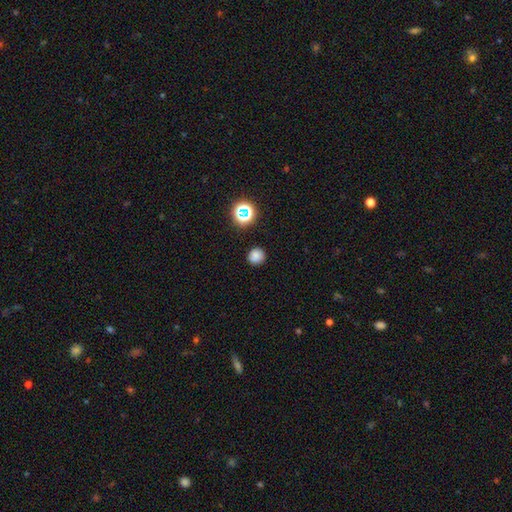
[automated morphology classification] Smooth or featured: smooth — 78% (star or artifact — 16%)
How rounded: round — 91% (in between — 8%)
Merging: none — 87% (minor disturbance — 9%)